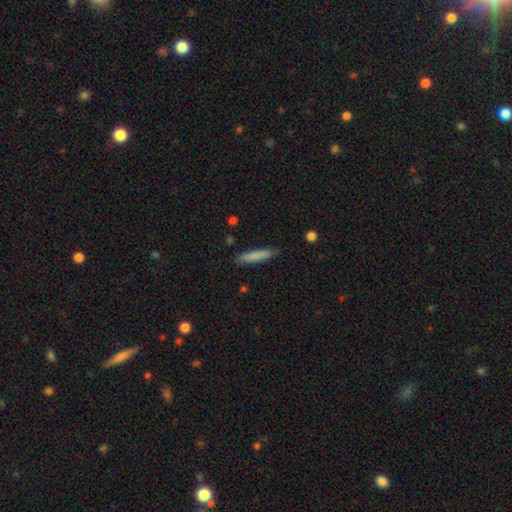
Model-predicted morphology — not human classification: Smooth or featured? Predicted: smooth (p=0.79). How rounded? Predicted: cigar-shaped (p=0.90). Merging? Predicted: none (p=0.85).